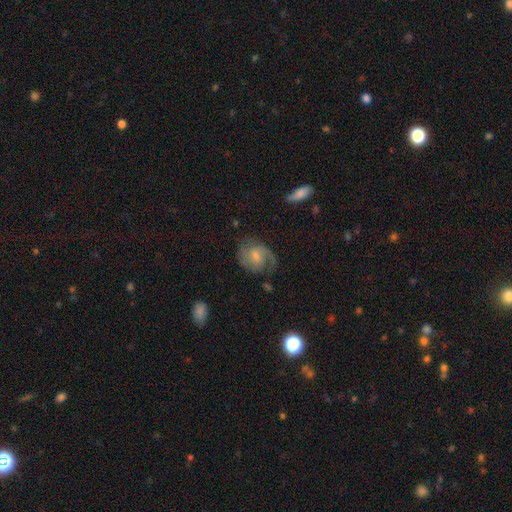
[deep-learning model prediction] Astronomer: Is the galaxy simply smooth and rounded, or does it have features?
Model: featured or disk — 67%.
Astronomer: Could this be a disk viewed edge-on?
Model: no — 97%.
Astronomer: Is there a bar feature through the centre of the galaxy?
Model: no — 47% (runner-up: weak, 46%).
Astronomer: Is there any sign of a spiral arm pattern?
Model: yes — 90%.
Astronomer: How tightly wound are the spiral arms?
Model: medium — 46% (runner-up: loose, 28%).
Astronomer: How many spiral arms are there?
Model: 2 — 61%.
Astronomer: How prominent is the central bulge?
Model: small — 50% (runner-up: moderate, 38%).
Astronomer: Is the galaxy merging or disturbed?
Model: none — 58%.